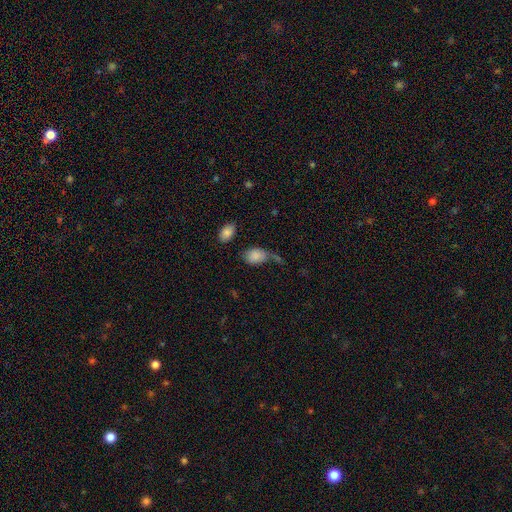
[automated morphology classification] type=smooth (84%); roundness=in between (82%); merging=none (39%).